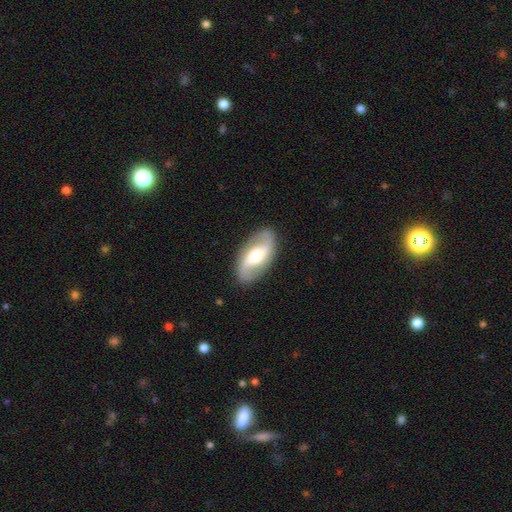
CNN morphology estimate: Smooth or featured?
  - featured or disk: 78% *
  - smooth: 17%
  - star or artifact: 5%
Edge-on disk?
  - no: 94% *
  - yes: 6%
Bar?
  - weak: 42% *
  - strong: 30%
  - no: 29%
Spiral arms?
  - yes: 91% *
  - no: 9%
Spiral winding?
  - loose: 54% *
  - medium: 34%
  - tight: 12%
Spiral arm count?
  - 2: 93% *
  - can't tell: 3%
  - 1: 2%
  - 3: 1%
  - 4: 1%
  - more than 4: 1%
Bulge size?
  - moderate: 64% *
  - large: 17%
  - small: 16%
  - dominant: 2%
  - none: 1%
Merging?
  - none: 87% *
  - minor disturbance: 9%
  - major disturbance: 3%
  - merger: 1%